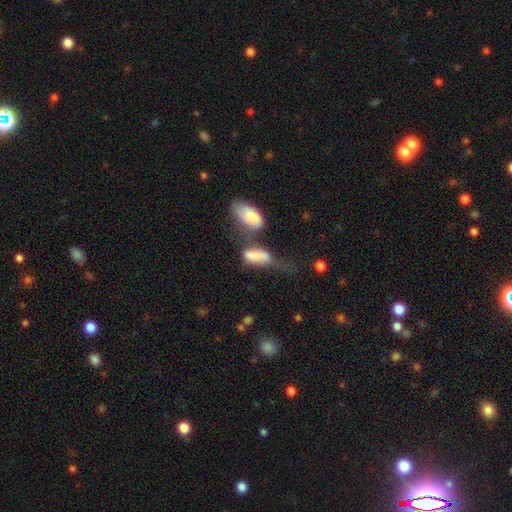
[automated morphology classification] A smooth galaxy with no disk features (74%) that is in between round and cigar-shaped (82%). Merging: merger (50%).